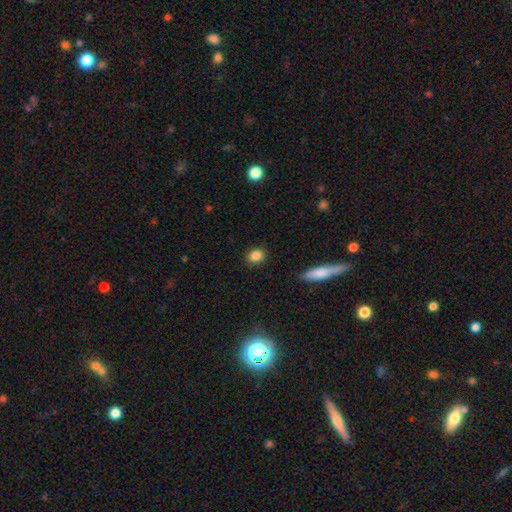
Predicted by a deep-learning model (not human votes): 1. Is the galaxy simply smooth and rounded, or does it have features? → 85% smooth, 9% star or artifact, 6% featured or disk.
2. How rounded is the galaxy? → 55% round, 43% in between, 2% cigar-shaped.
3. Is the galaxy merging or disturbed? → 88% none, 9% minor disturbance, 2% major disturbance, 1% merger.